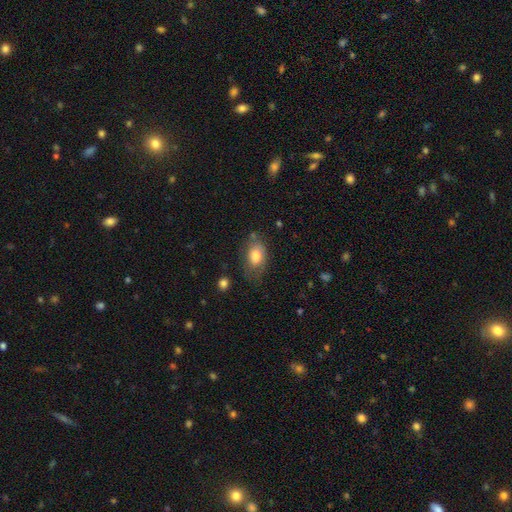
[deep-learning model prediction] The model was most divided on "merging": none: 58%, minor disturbance: 27%, major disturbance: 11%, merger: 4%. More confident: how rounded — in between (88%); smooth or featured — smooth (76%).